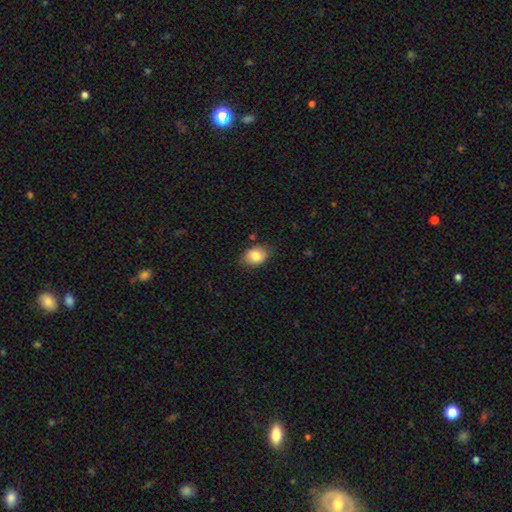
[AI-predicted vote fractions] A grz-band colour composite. It shows a smooth galaxy with no disk features (82%) that is in between round and cigar-shaped (73%). Merging: none (78%).